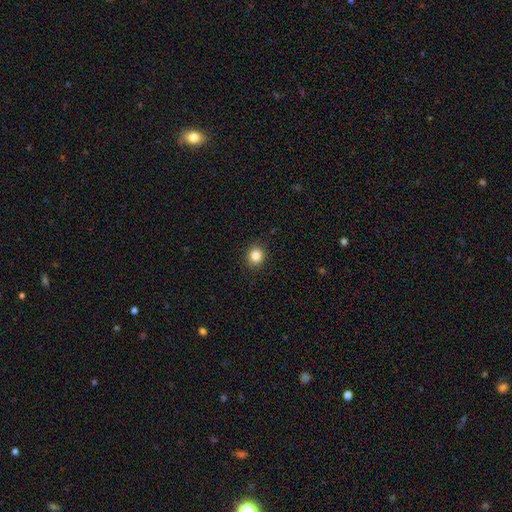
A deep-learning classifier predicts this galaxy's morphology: Q: Smooth or featured?
A: smooth (84%); runner-up: star or artifact (11%)
Q: How rounded?
A: round (81%); runner-up: in between (18%)
Q: Merging?
A: none (90%); runner-up: minor disturbance (7%)